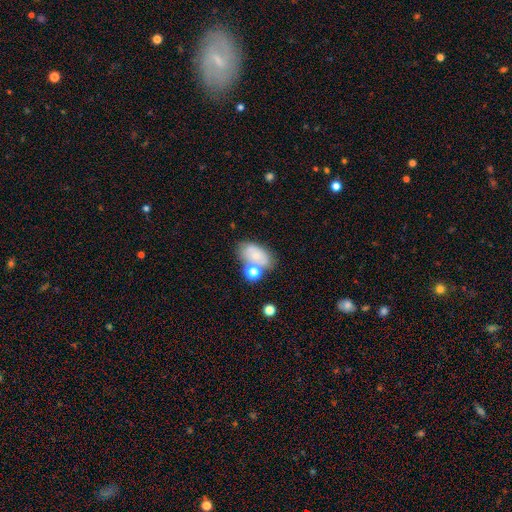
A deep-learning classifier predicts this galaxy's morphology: The model was most divided on "merging": none: 47%, merger: 27%, minor disturbance: 18%, major disturbance: 8%. More confident: how rounded — in between (87%); smooth or featured — smooth (70%).